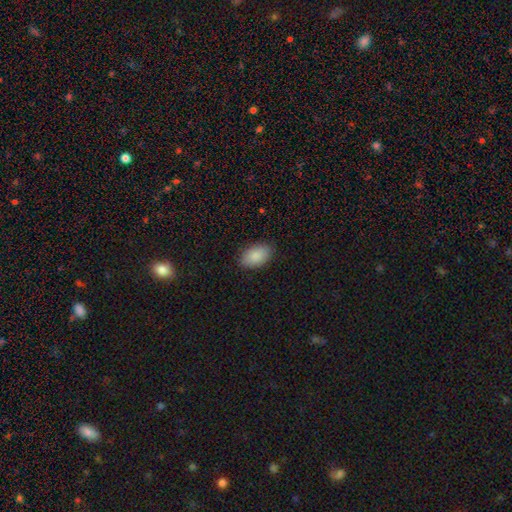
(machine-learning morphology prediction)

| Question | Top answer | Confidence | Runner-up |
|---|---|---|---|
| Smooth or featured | smooth | 88% | star or artifact (6%) |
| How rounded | in between | 94% | round (5%) |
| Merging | none | 87% | minor disturbance (10%) |